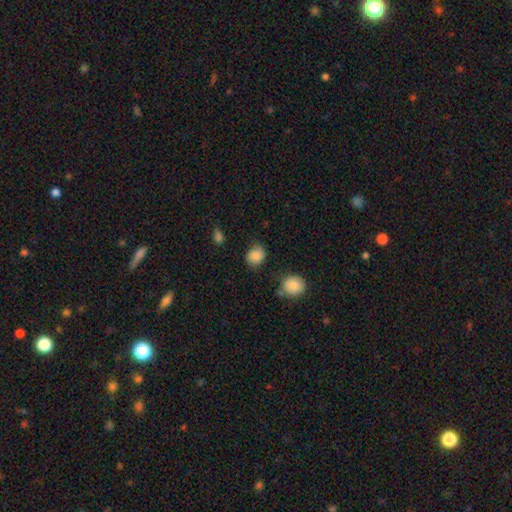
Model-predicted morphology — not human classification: This is clearly a smooth galaxy (85%). How rounded: likely round (64%). Merging: likely none (71%).